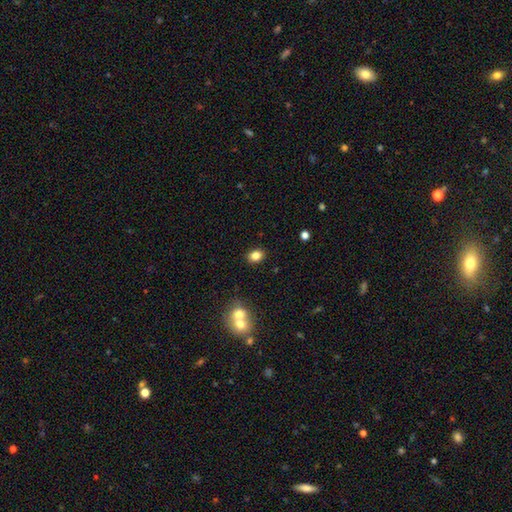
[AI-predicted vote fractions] Morphology: type=smooth (82%); roundness=in between (58%); merging=none (85%).